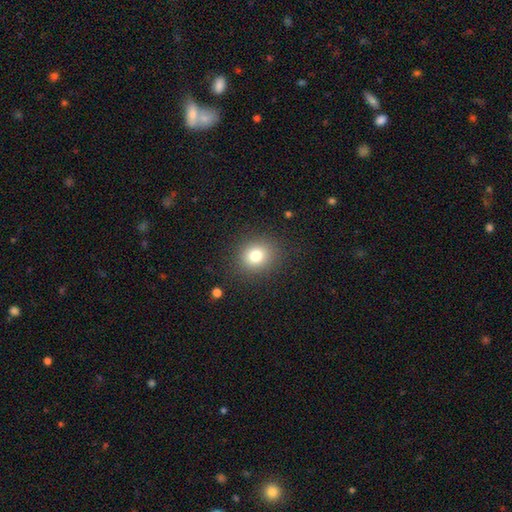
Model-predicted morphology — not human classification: This appears to be a smooth galaxy with no disk features (78%) that is round (77%). Merging: none (87%).